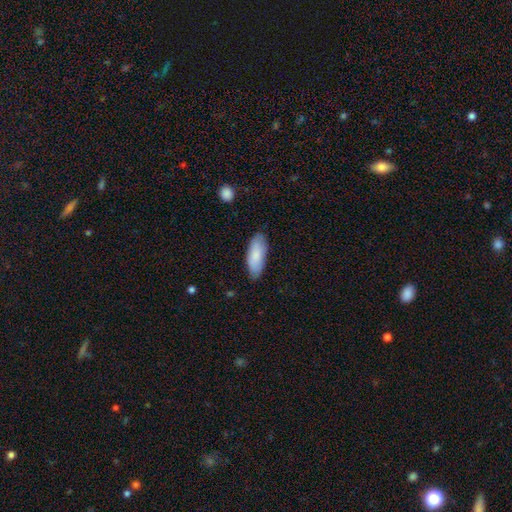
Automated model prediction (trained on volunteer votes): A smooth galaxy with no disk features (85%) that is in between round and cigar-shaped (79%).

Vote fractions:
- Smooth or featured? smooth: 85% / featured or disk: 10% / star or artifact: 6%
- How rounded? in between: 79% / cigar-shaped: 19% / round: 2%
- Merging? none: 83% / minor disturbance: 13% / major disturbance: 3% / merger: 1%